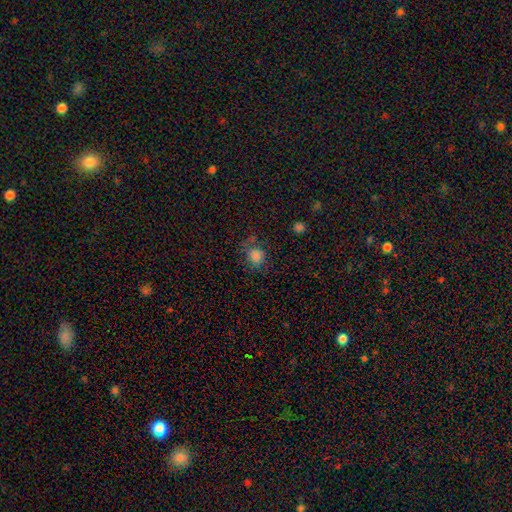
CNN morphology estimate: This is likely a smooth galaxy (77%). How rounded: likely round (78%). Merging: likely none (62%).